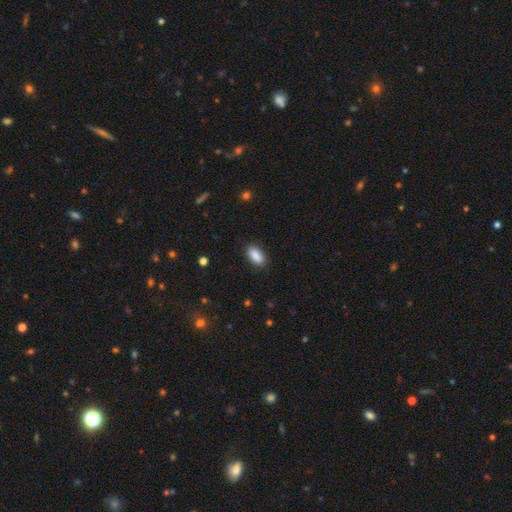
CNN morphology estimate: The model was most divided on "merging": none: 88%, minor disturbance: 9%, major disturbance: 2%, merger: 1%. More confident: smooth or featured — smooth (89%); how rounded — in between (89%).